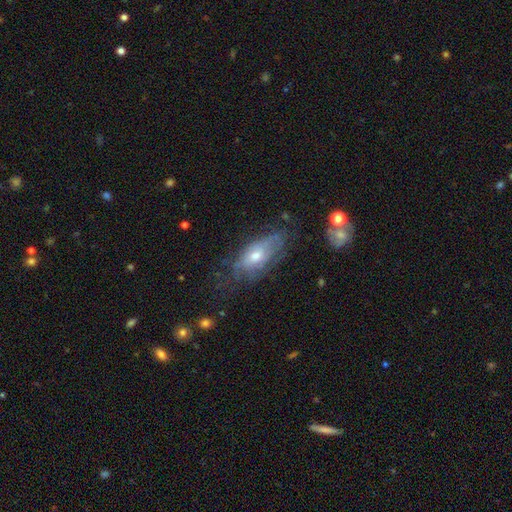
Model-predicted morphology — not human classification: Smooth or featured? featured or disk (52%)
Edge-on disk? no (81%)
Merging? none (52%)